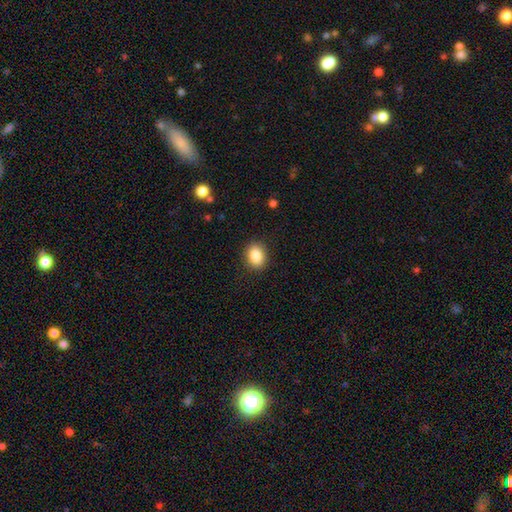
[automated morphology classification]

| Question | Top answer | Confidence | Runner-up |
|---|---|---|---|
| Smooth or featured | smooth | 87% | star or artifact (9%) |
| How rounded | in between | 62% | round (37%) |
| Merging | none | 88% | minor disturbance (9%) |